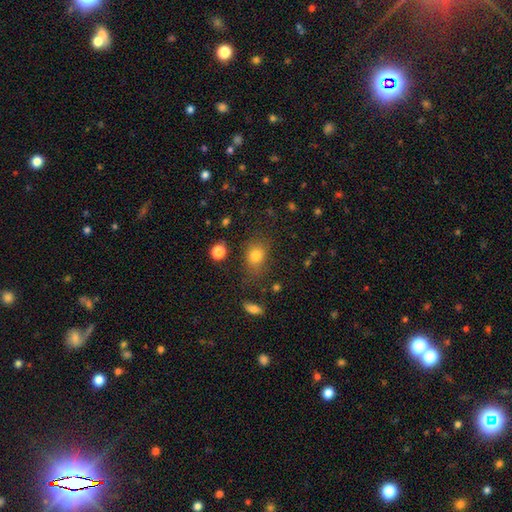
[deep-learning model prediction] Morphology: type=smooth (78%); roundness=in between (54%); merging=none (72%).